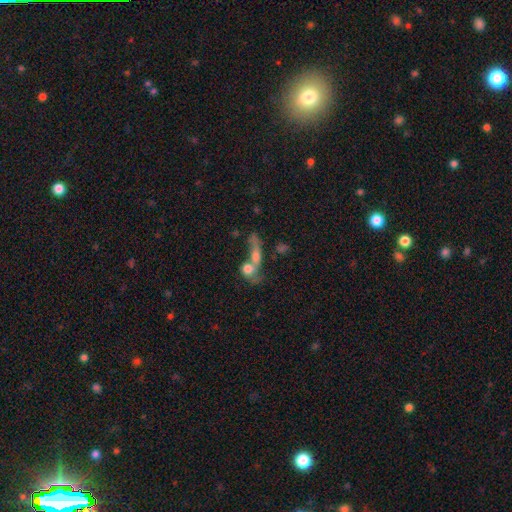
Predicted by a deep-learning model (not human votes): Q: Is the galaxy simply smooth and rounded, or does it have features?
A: smooth — 55%.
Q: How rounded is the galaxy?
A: in between — 41%.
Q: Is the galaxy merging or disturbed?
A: merger — 64%.